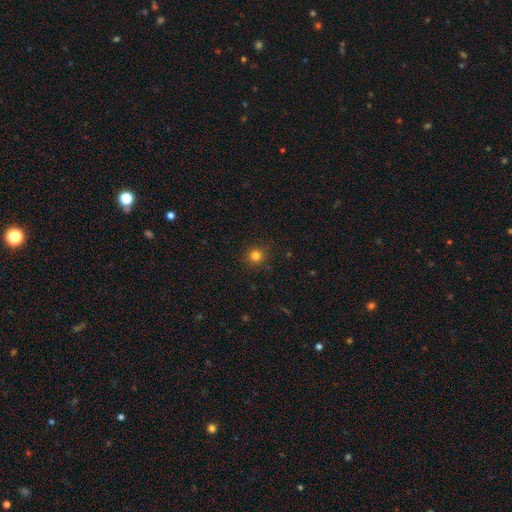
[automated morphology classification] This is clearly a smooth galaxy (81%). How rounded: clearly round (94%). Merging: clearly none (91%).